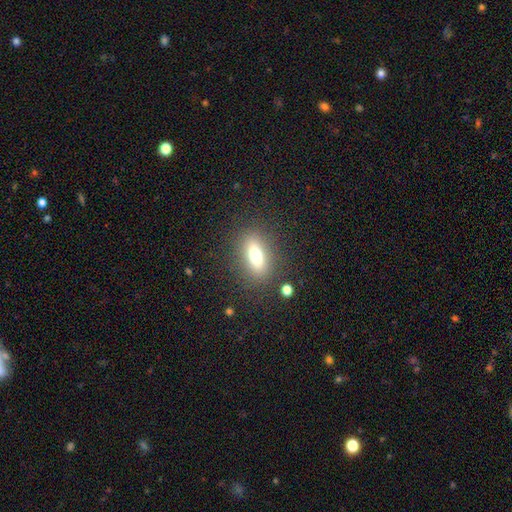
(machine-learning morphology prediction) smooth-or-featured: smooth: 67% | featured or disk: 22% | star or artifact: 11%
  how-rounded: in between: 72% | cigar-shaped: 18% | round: 10%
  merging: none: 84% | minor disturbance: 10% | major disturbance: 5% | merger: 2%